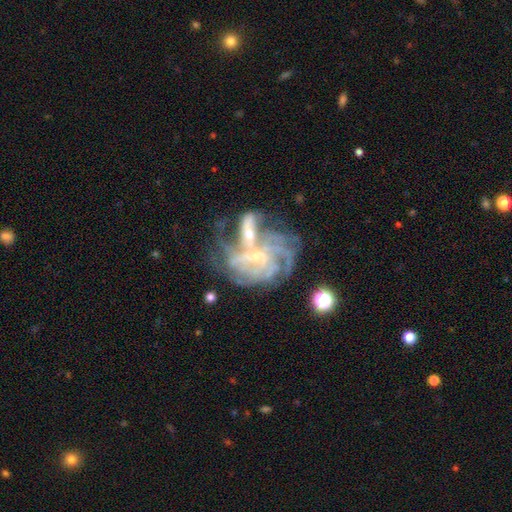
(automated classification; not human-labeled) This appears to be a featured or disk galaxy (82%) with no bar (53%), tight (52%) spiral arms (91%) and a small central bulge (68%). Merging: merger (39%).